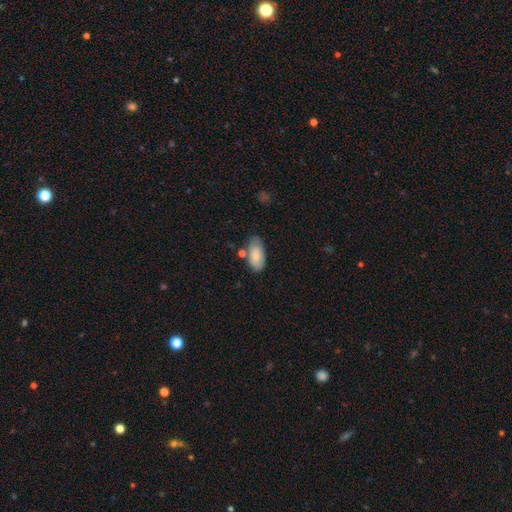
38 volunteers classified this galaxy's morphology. Q: Smooth or featured?
A: smooth (84%); runner-up: featured or disk (11%)
Q: How rounded?
A: in between (91%); runner-up: round (6%)
Q: Merging?
A: none (69%); runner-up: minor disturbance (22%)